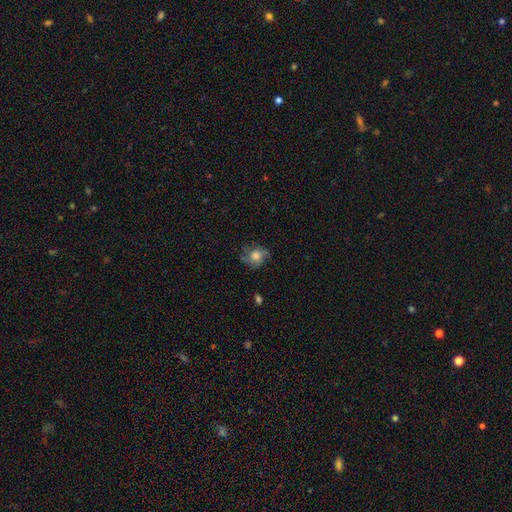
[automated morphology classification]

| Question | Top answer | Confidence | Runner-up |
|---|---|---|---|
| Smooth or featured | smooth | 53% | featured or disk (36%) |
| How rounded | round | 73% | in between (26%) |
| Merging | none | 63% | minor disturbance (23%) |